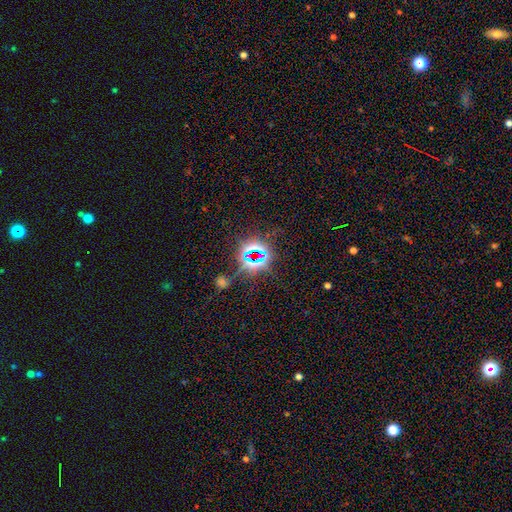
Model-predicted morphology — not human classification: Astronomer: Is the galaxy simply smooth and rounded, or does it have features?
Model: star or artifact — 77%.